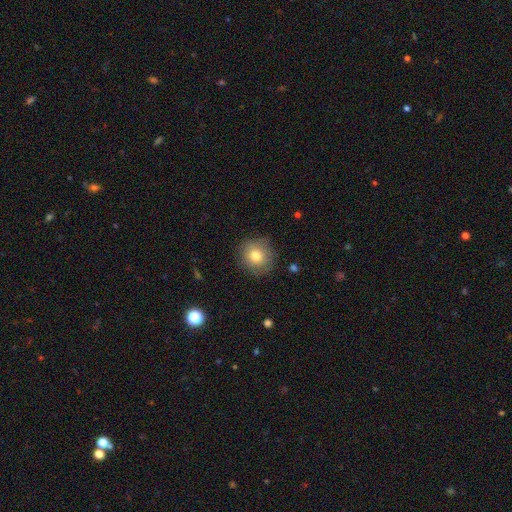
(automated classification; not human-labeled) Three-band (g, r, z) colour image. It shows a smooth galaxy with no disk features (79%) that is round (90%). Merging: none (84%).